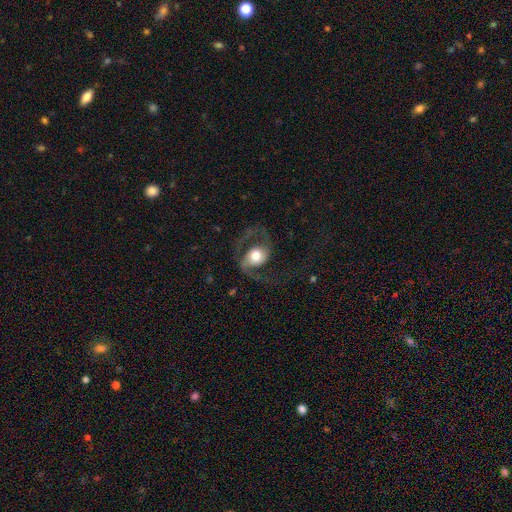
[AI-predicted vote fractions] Smooth or featured? Predicted: featured or disk (p=0.75). Edge-on disk? Predicted: no (p=0.97). Bar? Predicted: no (p=0.63). Spiral arms? Predicted: yes (p=0.91). Spiral winding? Predicted: loose (p=0.51). Spiral arm count? Predicted: 2 (p=0.89). Bulge size? Predicted: moderate (p=0.48). Merging? Predicted: none (p=0.58).